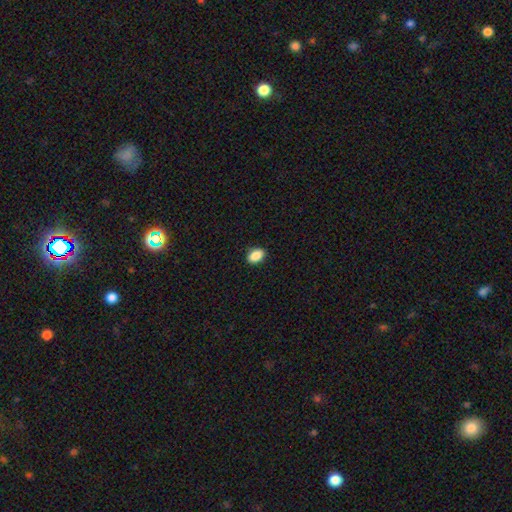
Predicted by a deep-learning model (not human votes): Smooth or featured: smooth — 89% (star or artifact — 8%)
How rounded: in between — 86% (round — 12%)
Merging: none — 89% (minor disturbance — 8%)